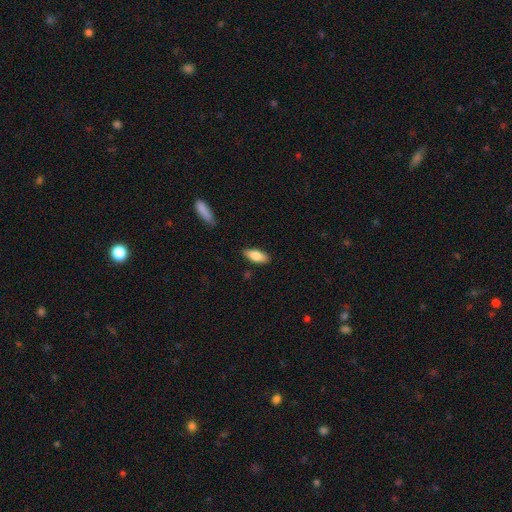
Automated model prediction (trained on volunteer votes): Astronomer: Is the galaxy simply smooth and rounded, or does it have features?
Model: smooth — 78%.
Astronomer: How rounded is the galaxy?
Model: in between — 77%.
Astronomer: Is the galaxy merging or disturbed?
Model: none — 86%.